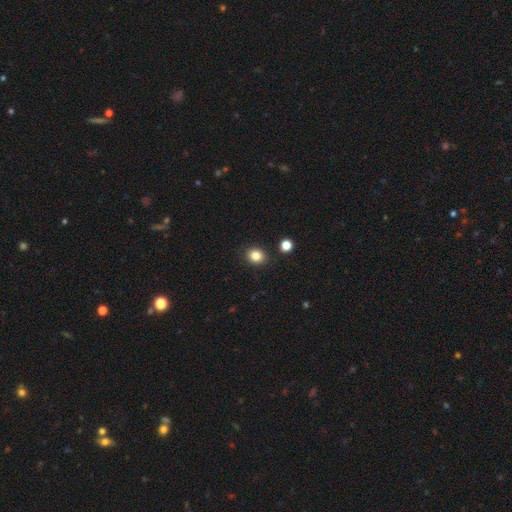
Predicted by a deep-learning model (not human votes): A smooth galaxy with no disk features (83%) that is round (63%).

Vote fractions:
- Smooth or featured? smooth: 83% / star or artifact: 11% / featured or disk: 5%
- How rounded? round: 63% / in between: 36% / cigar-shaped: 1%
- Merging? none: 87% / minor disturbance: 8% / merger: 3% / major disturbance: 2%